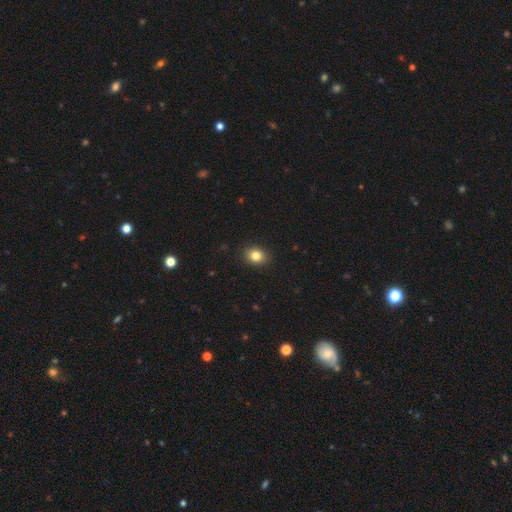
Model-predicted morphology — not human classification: smooth-or-featured: smooth: 83% | star or artifact: 11% | featured or disk: 7%
  how-rounded: in between: 52% | round: 47% | cigar-shaped: 1%
  merging: none: 89% | minor disturbance: 8% | major disturbance: 2% | merger: 1%